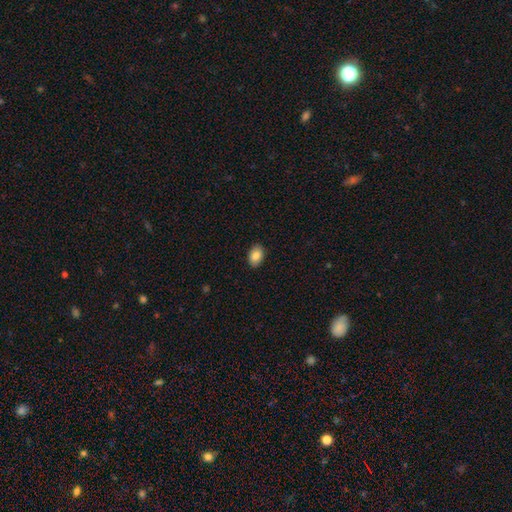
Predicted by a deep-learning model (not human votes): Smooth or featured? Predicted: smooth (p=0.84). How rounded? Predicted: in between (p=0.86). Merging? Predicted: none (p=0.89).